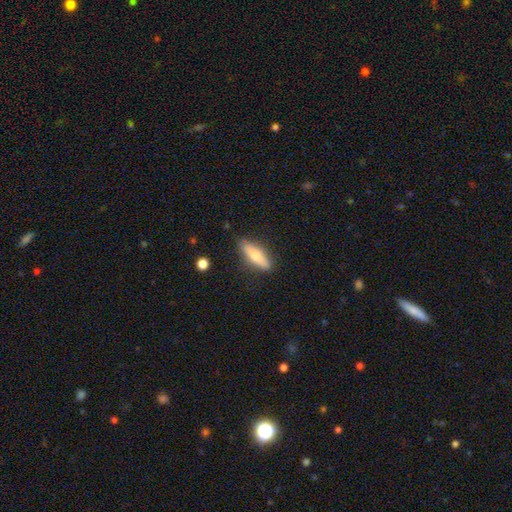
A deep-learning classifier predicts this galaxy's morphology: Overall: smooth (67%; featured or disk 27%). How rounded: cigar-shaped (61%; in between 37%). Merging: none (84%).